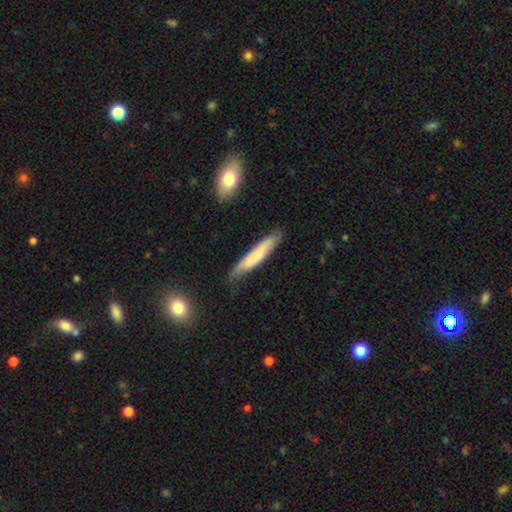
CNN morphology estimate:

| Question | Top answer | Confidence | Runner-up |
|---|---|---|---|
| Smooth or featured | smooth | 68% | featured or disk (27%) |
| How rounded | cigar-shaped | 91% | in between (8%) |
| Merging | none | 71% | minor disturbance (23%) |